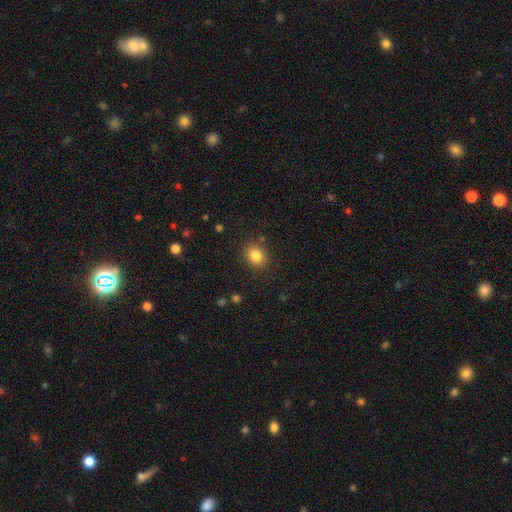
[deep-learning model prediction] This is clearly a smooth galaxy (83%). How rounded: likely round (63%). Merging: clearly none (87%).